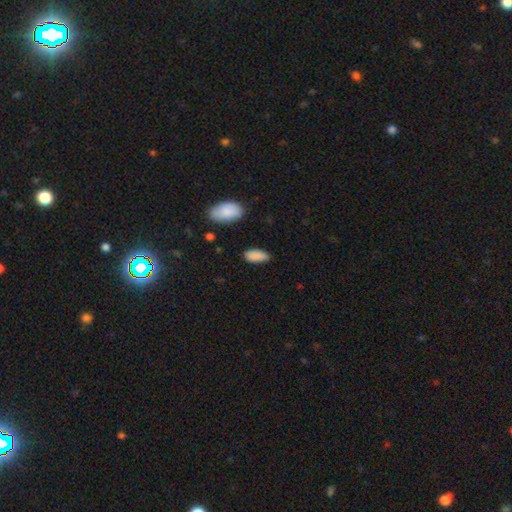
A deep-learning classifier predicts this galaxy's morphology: The model was most divided on "merging": none: 79%, minor disturbance: 16%, major disturbance: 3%, merger: 2%. More confident: how rounded — in between (89%); smooth or featured — smooth (89%).